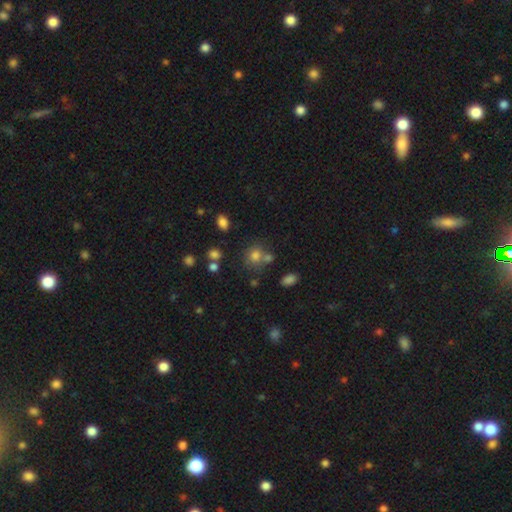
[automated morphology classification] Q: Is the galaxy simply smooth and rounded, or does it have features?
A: smooth — 75%.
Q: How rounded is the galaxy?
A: round — 72%.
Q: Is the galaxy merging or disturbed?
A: none — 56%.